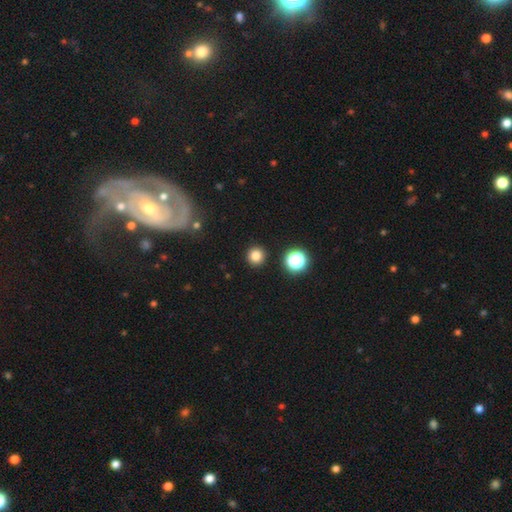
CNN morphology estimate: The model was most divided on "smooth or featured": smooth: 81%, star or artifact: 14%, featured or disk: 5%. More confident: how rounded — round (95%); merging — none (92%).